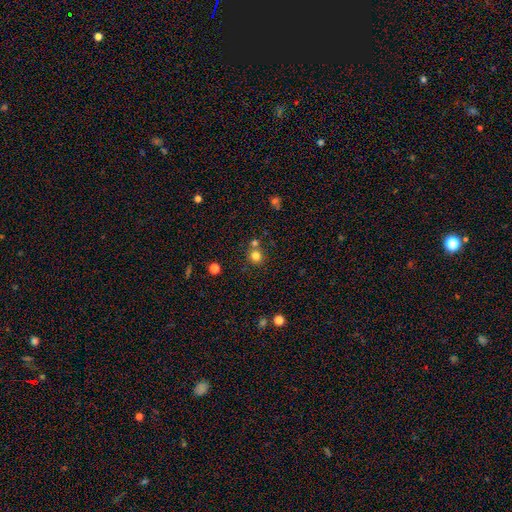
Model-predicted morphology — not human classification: This is likely a smooth galaxy (79%). How rounded: clearly round (91%). Merging: likely none (69%).